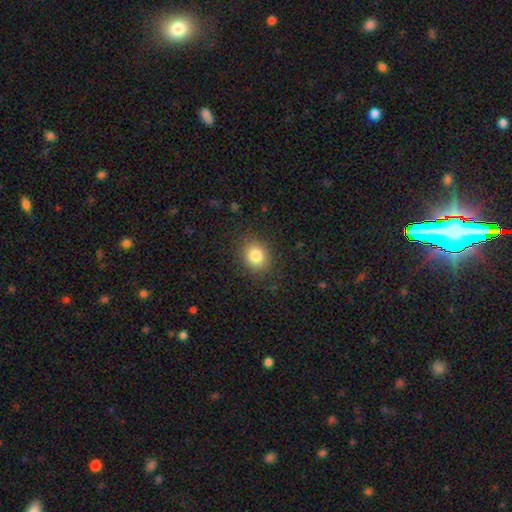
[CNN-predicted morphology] A smooth galaxy with no disk features (83%) that is round (66%). Merging: none (87%).